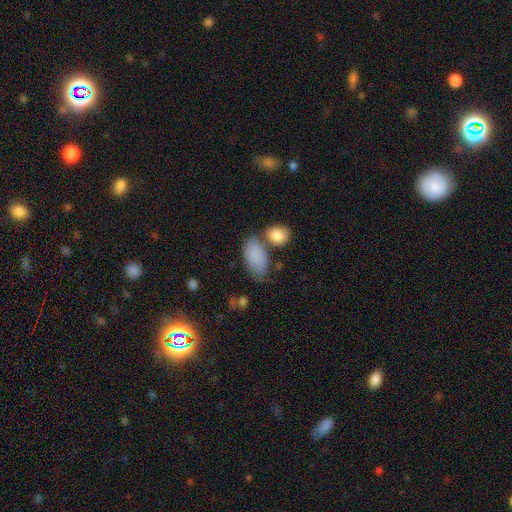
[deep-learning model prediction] Smooth or featured? smooth (85%)
How rounded? in between (93%)
Merging? none (50%)